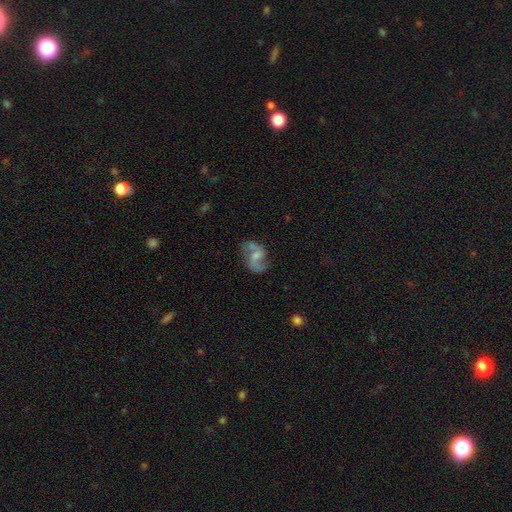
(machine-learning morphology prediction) smooth-or-featured: featured or disk: 77% | smooth: 16% | star or artifact: 7%
  disk-edge-on: no: 98% | yes: 2%
    bar: weak: 49% | no: 38% | strong: 13%
    has-spiral-arms: yes: 91% | no: 9%
      spiral-winding: loose: 53% | medium: 39% | tight: 8%
      spiral-arm-count: 2: 88% | 1: 4% | can't tell: 4% | 3: 1% | 4: 1% | more than 4: 1%
    bulge-size: small: 45% | moderate: 33% | none: 19% | large: 3% | dominant: 1%
  merging: none: 59% | minor disturbance: 21% | major disturbance: 14% | merger: 6%